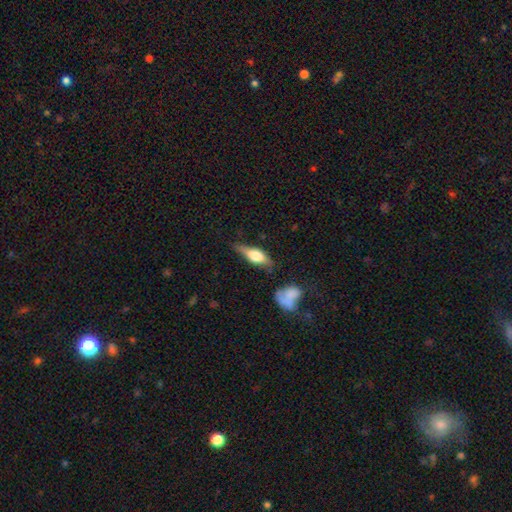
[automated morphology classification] type=smooth (49%); merging=none (60%).